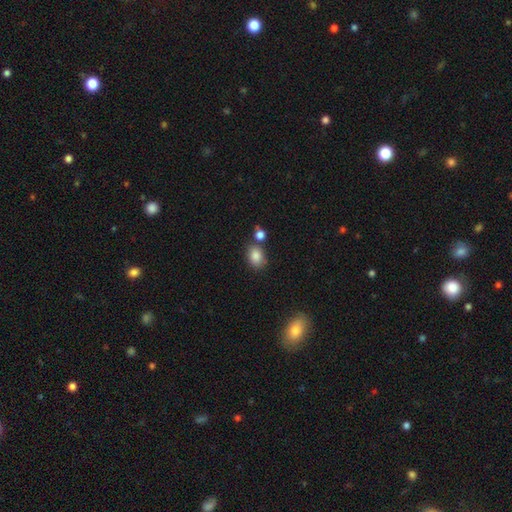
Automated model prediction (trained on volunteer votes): Smooth or featured? smooth (85%)
How rounded? in between (67%)
Merging? none (67%)